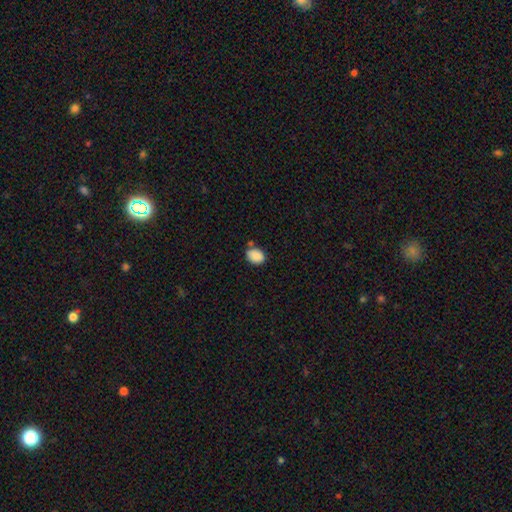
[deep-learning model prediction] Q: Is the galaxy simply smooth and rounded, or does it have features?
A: smooth — 88%.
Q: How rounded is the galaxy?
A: in between — 64%.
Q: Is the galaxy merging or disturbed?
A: none — 71%.